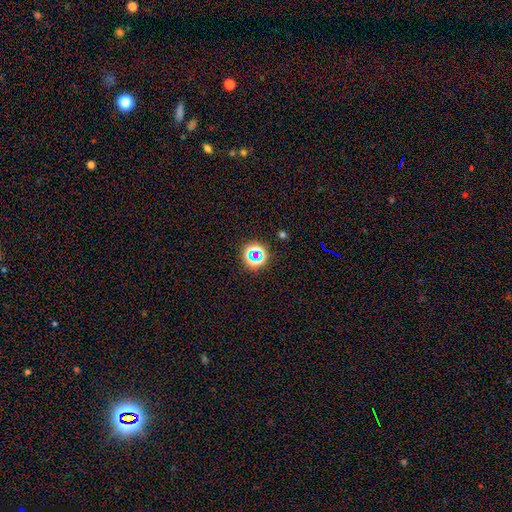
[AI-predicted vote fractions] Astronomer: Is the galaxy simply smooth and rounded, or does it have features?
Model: star or artifact — 61%.